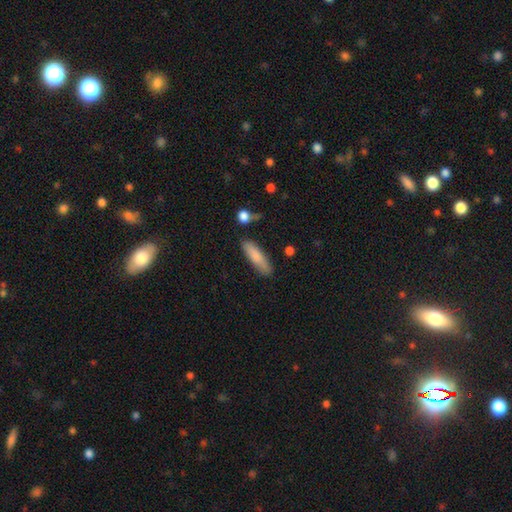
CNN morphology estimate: Smooth or featured: smooth — 82% (featured or disk — 12%)
How rounded: cigar-shaped — 66% (in between — 33%)
Merging: none — 79% (minor disturbance — 15%)